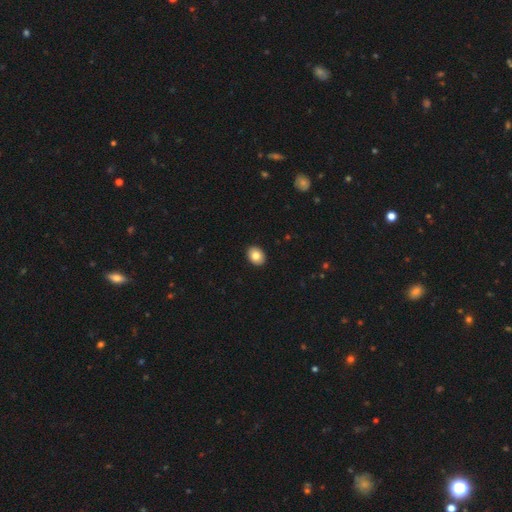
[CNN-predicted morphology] smooth-or-featured: smooth: 84% | featured or disk: 9% | star or artifact: 8%
  how-rounded: in between: 65% | round: 34% | cigar-shaped: 1%
  merging: none: 92% | minor disturbance: 6% | major disturbance: 1% | merger: 1%